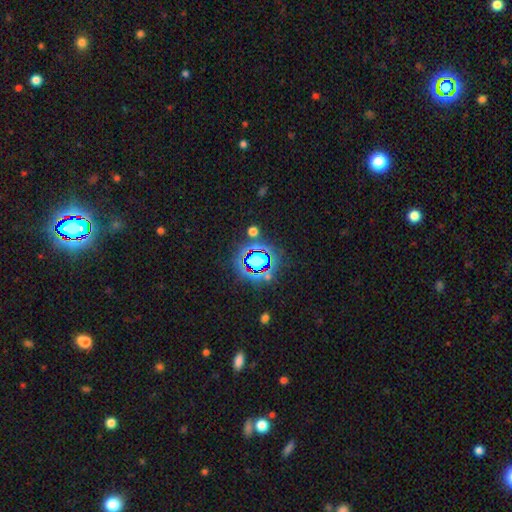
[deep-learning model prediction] star or artifact 62%, smooth 26%, featured or disk 12%.